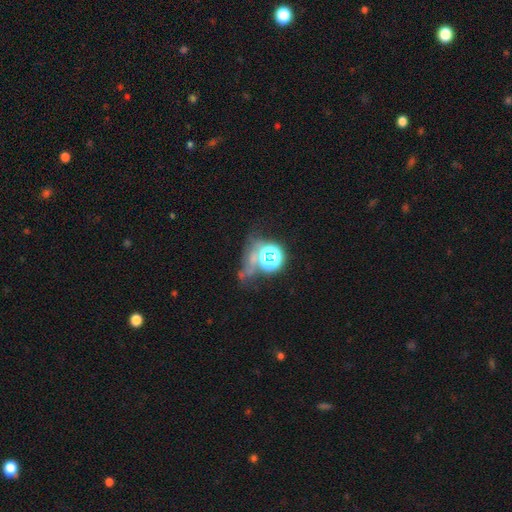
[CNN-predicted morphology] star or artifact 68%, smooth 17%, featured or disk 14%.